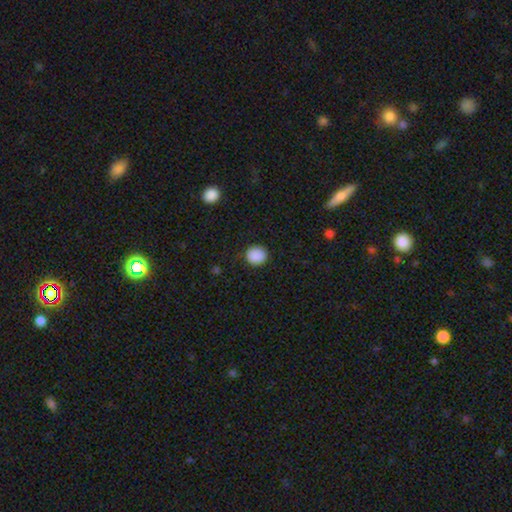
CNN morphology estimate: Smooth or featured? smooth (89%)
How rounded? round (87%)
Merging? none (89%)